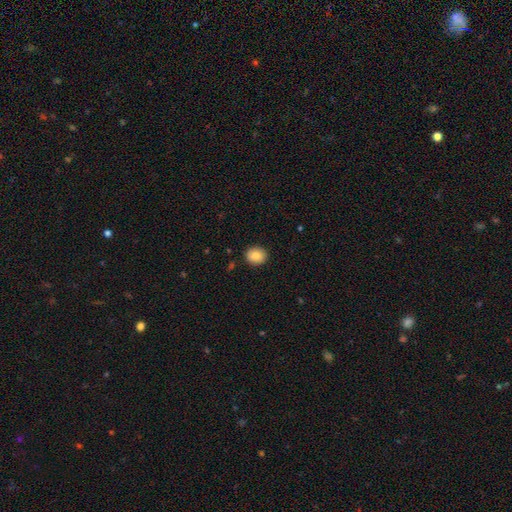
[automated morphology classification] This is clearly a smooth galaxy (85%). How rounded: likely round (72%). Merging: clearly none (90%).